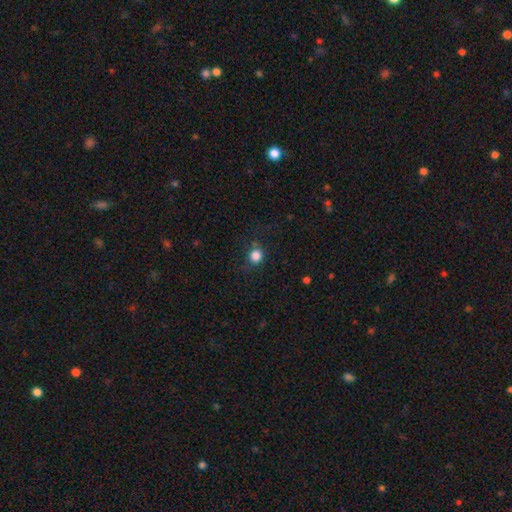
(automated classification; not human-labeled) A smooth galaxy with no disk features (83%) that is round (85%). Merging: none (75%).